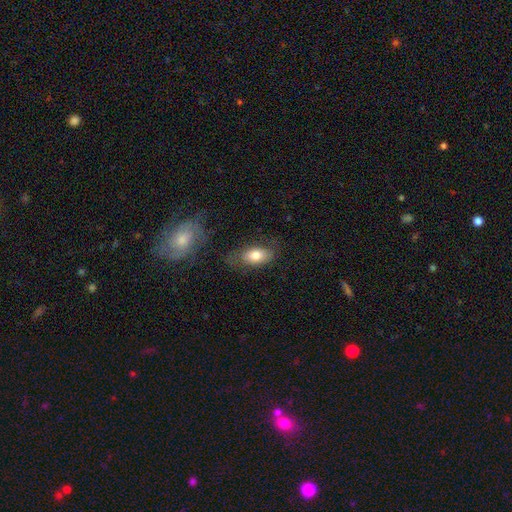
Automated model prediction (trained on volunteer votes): This appears to be a smooth galaxy with no disk features (77%) that is in between round and cigar-shaped (89%). Merging: none (65%).